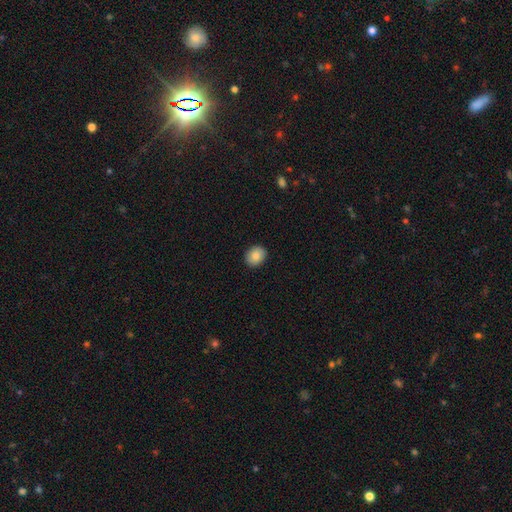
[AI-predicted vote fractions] A smooth galaxy with no disk features (85%) that is round (51%). Merging: none (90%).